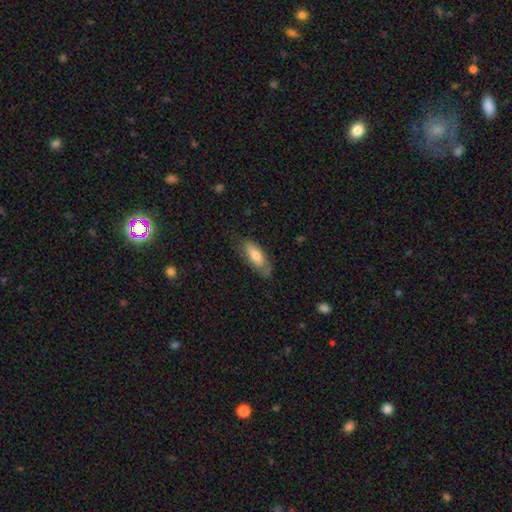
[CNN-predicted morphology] The model was most divided on "merging": none: 64%, minor disturbance: 26%, major disturbance: 9%, merger: 2%. More confident: how rounded — in between (74%); smooth or featured — smooth (68%).